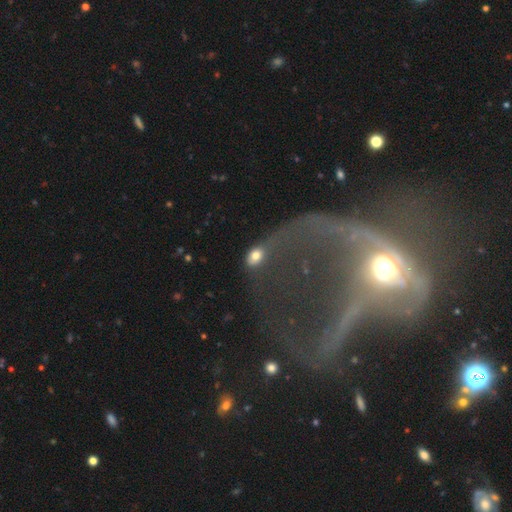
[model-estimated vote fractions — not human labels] Smooth or featured?
  - smooth: 75% *
  - featured or disk: 14%
  - star or artifact: 12%
How rounded?
  - in between: 78% *
  - round: 18%
  - cigar-shaped: 4%
Merging?
  - none: 44% *
  - major disturbance: 24%
  - minor disturbance: 22%
  - merger: 11%